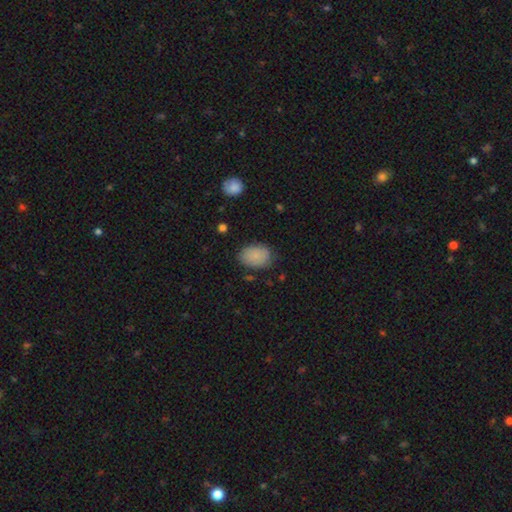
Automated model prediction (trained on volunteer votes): This appears to be a smooth galaxy with no disk features (85%) that is in between round and cigar-shaped (83%). Merging: none (78%).